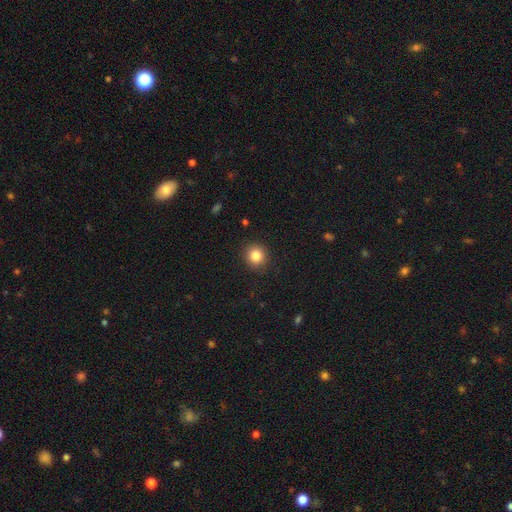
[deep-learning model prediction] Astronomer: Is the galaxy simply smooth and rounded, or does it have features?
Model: smooth — 84%.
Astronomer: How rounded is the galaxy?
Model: round — 92%.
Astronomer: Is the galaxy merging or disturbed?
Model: none — 91%.